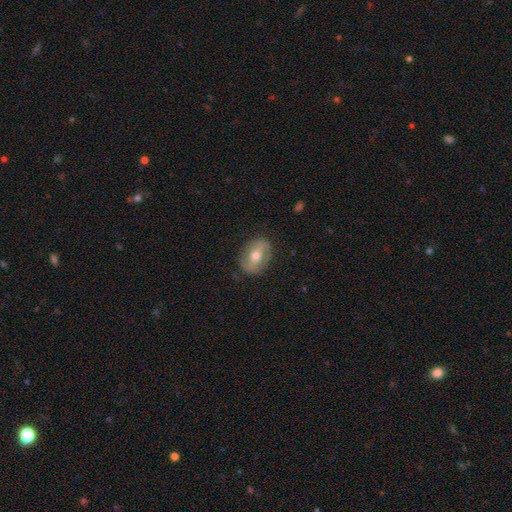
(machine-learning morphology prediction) This appears to be a featured or disk galaxy (51%). Merging: none (82%).